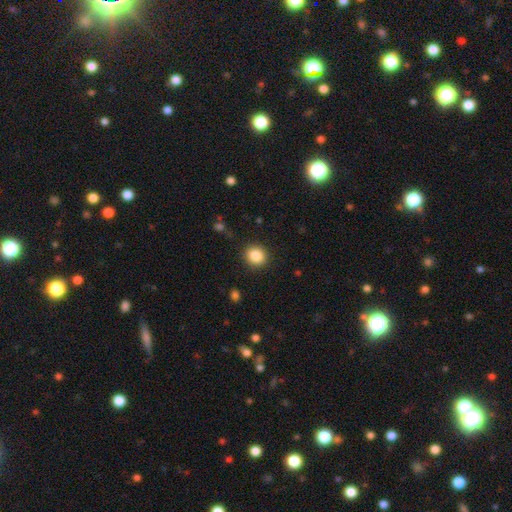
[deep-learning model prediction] Smooth or featured? Predicted: smooth (p=0.86). How rounded? Predicted: round (p=0.85). Merging? Predicted: none (p=0.90).